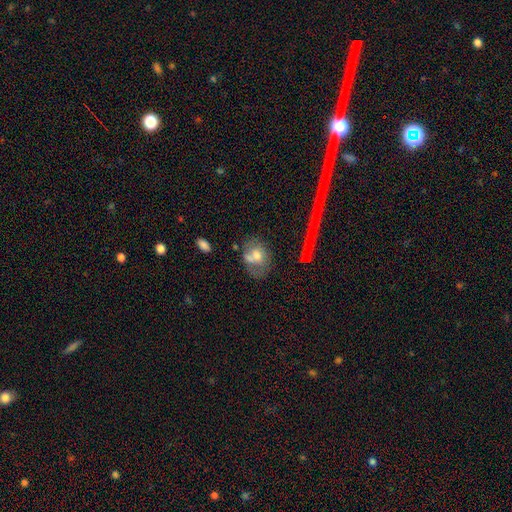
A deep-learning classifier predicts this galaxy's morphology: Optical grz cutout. It shows a smooth galaxy with no disk features (52%) that is in between round and cigar-shaped (59%). Merging: none (40%).